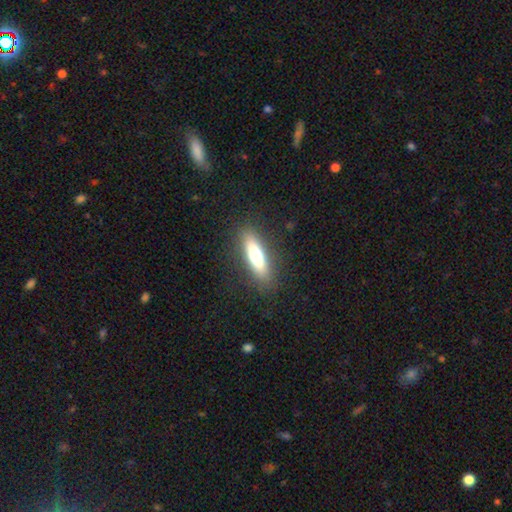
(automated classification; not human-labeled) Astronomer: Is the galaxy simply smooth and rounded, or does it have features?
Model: smooth — 62%.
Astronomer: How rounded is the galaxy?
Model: cigar-shaped — 66%.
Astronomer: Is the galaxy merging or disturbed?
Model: none — 87%.